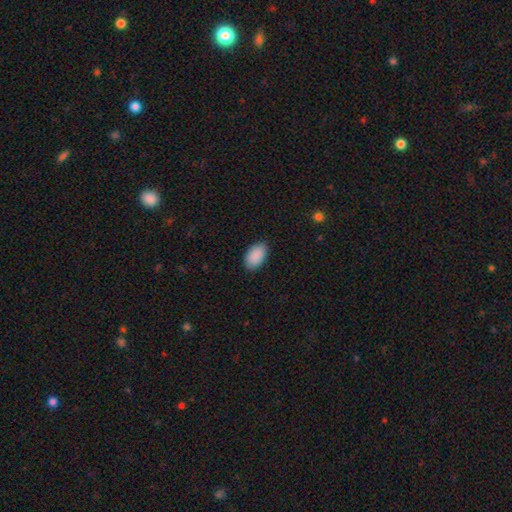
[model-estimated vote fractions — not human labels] smooth-or-featured: smooth: 91% | star or artifact: 6% | featured or disk: 3%
  how-rounded: in between: 95% | round: 4% | cigar-shaped: 2%
  merging: none: 84% | minor disturbance: 13% | major disturbance: 2% | merger: 1%